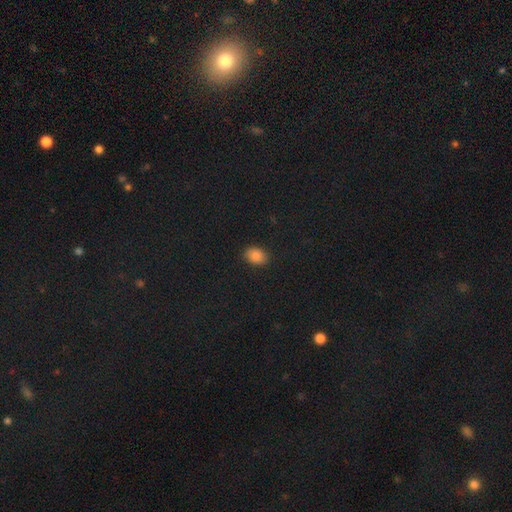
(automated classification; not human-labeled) Smooth or featured? Predicted: smooth (p=0.84). How rounded? Predicted: in between (p=0.74). Merging? Predicted: none (p=0.86).